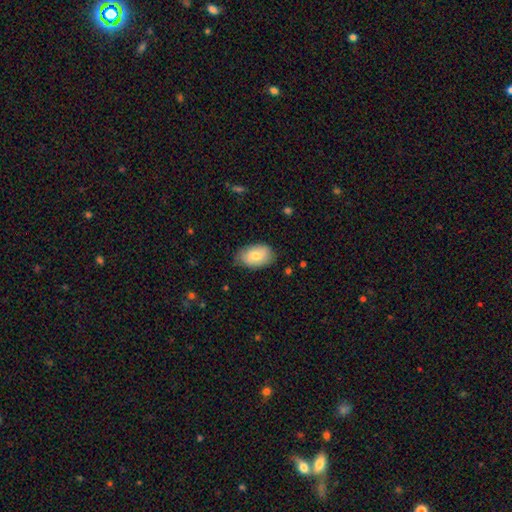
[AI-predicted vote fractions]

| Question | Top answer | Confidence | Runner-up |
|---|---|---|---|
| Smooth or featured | smooth | 77% | featured or disk (17%) |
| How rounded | in between | 91% | round (8%) |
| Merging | none | 76% | minor disturbance (20%) |